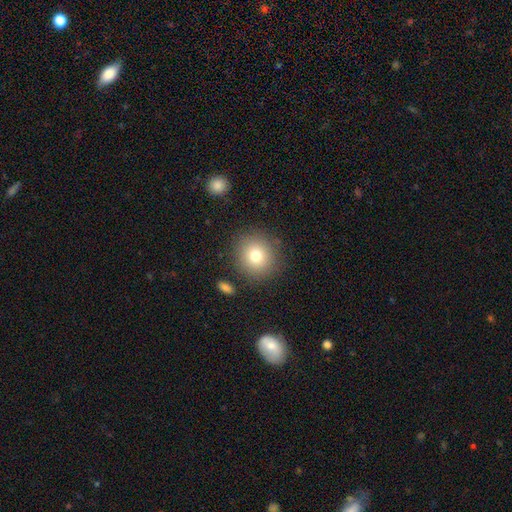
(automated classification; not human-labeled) Smooth or featured: smooth — 77% (star or artifact — 12%)
How rounded: round — 90% (in between — 10%)
Merging: none — 86% (minor disturbance — 8%)